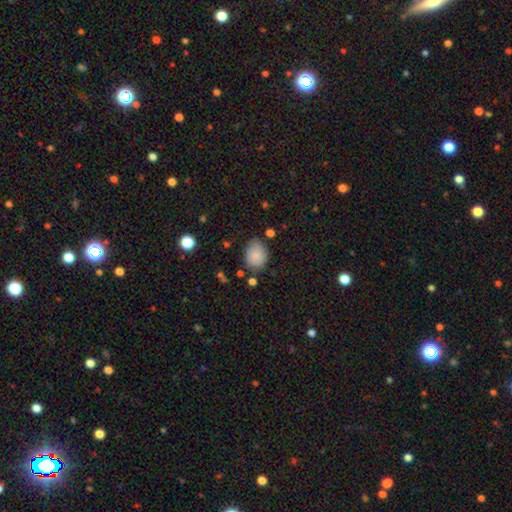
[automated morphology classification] Smooth or featured? Predicted: smooth (p=0.86). How rounded? Predicted: in between (p=0.57). Merging? Predicted: none (p=0.71).